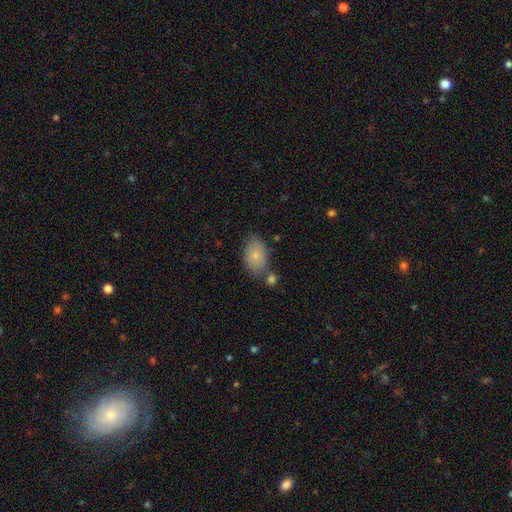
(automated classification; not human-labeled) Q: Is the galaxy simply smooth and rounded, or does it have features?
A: smooth — 79%.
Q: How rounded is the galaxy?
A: in between — 90%.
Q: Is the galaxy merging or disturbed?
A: none — 65%.